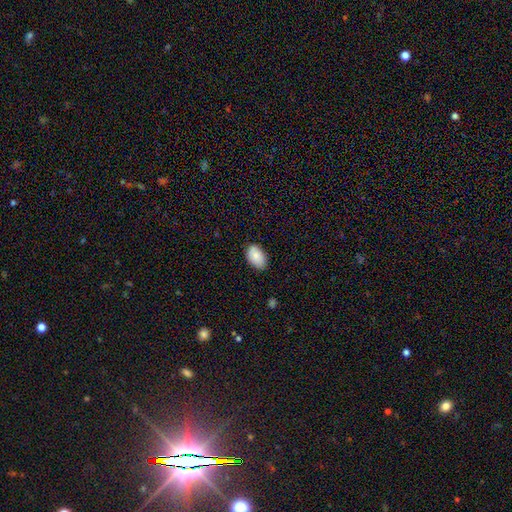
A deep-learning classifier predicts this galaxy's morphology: Q: Smooth or featured?
A: smooth (87%); runner-up: star or artifact (7%)
Q: How rounded?
A: in between (92%); runner-up: round (7%)
Q: Merging?
A: none (83%); runner-up: minor disturbance (14%)